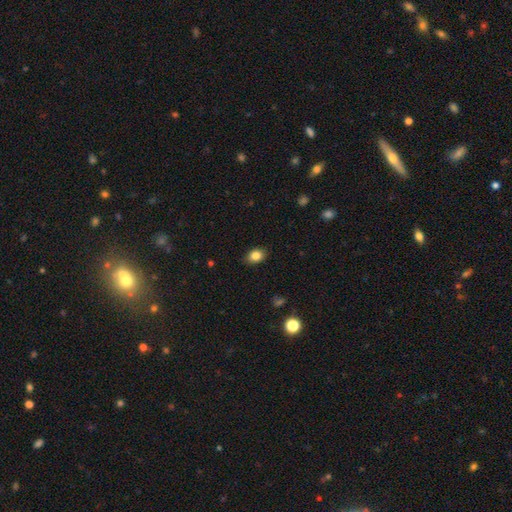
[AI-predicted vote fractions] Smooth or featured? smooth (84%)
How rounded? in between (69%)
Merging? none (86%)